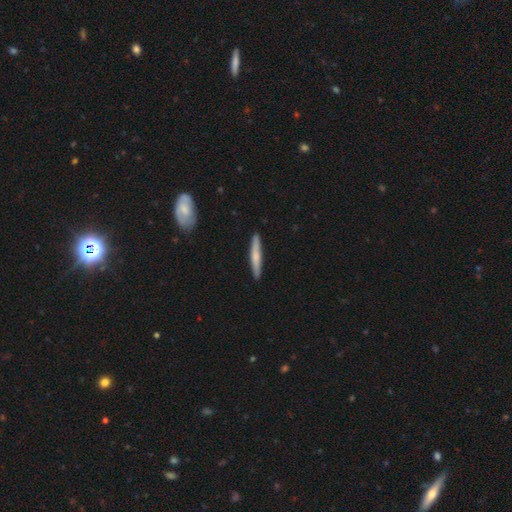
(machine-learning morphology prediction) The model was most divided on "smooth or featured": smooth: 61%, featured or disk: 34%, star or artifact: 5%. More confident: how rounded — cigar-shaped (94%); merging — none (90%).